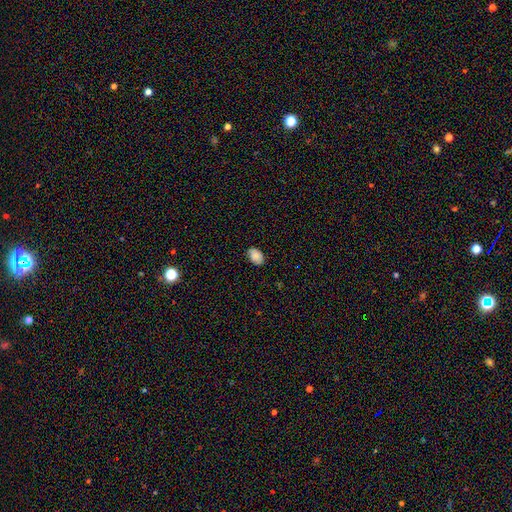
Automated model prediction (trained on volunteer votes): A smooth galaxy with no disk features (83%) that is in between round and cigar-shaped (82%).

Vote fractions:
- Smooth or featured? smooth: 83% / star or artifact: 9% / featured or disk: 8%
- How rounded? in between: 82% / round: 17% / cigar-shaped: 1%
- Merging? none: 80% / minor disturbance: 16% / major disturbance: 3% / merger: 1%